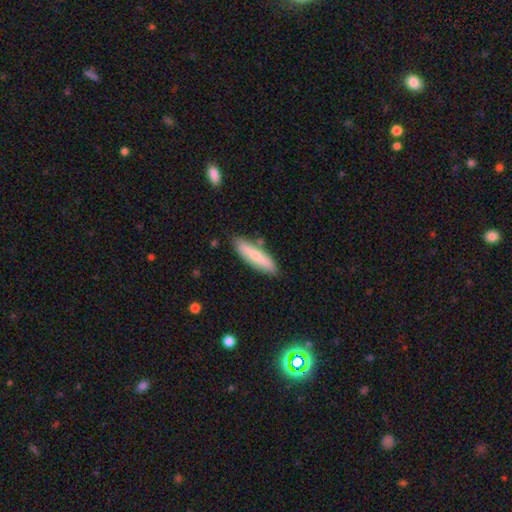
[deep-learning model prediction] This is likely a smooth galaxy (70%). How rounded: likely cigar-shaped (71%). Merging: clearly none (80%).